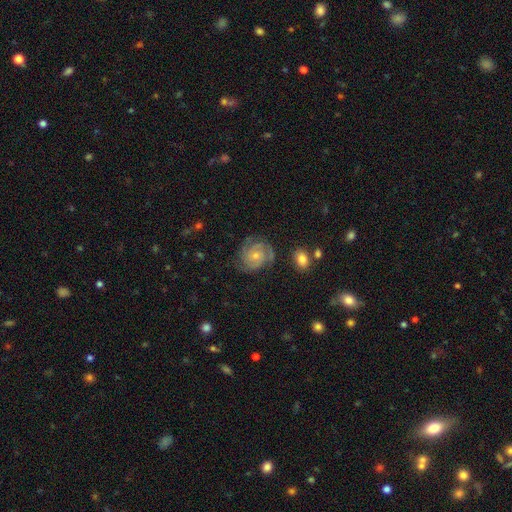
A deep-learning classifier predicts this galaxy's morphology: Smooth or featured: featured or disk — 80% (smooth — 14%)
Edge-on disk: no — 98% (yes — 2%)
Bar: no — 71% (weak — 25%)
Spiral arms: yes — 96% (no — 4%)
Spiral winding: tight — 62% (medium — 32%)
Spiral arm count: 3 — 35% (2 — 30%)
Bulge size: small — 61% (moderate — 33%)
Merging: none — 72% (minor disturbance — 18%)